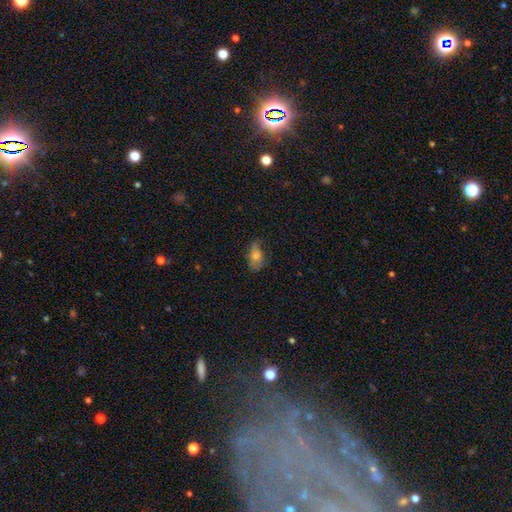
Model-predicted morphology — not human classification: smooth 61%, featured or disk 26%, star or artifact 13%. Down the decision tree: how rounded — in between (79%); merging — none (57%).